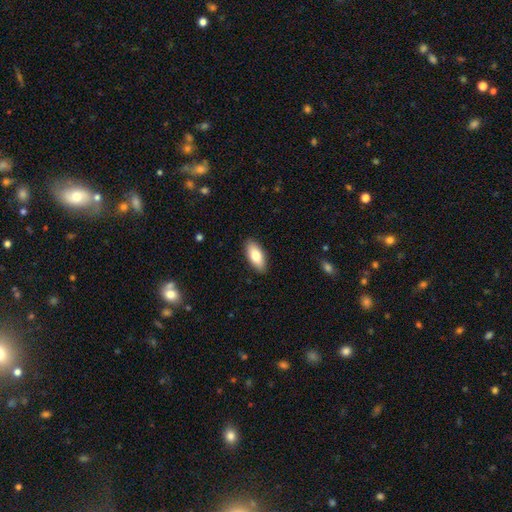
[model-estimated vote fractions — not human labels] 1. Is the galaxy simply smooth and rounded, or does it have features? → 79% smooth, 15% featured or disk, 6% star or artifact.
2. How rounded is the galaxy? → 85% in between, 13% cigar-shaped, 2% round.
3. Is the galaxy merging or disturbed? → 89% none, 8% minor disturbance, 2% major disturbance, 1% merger.